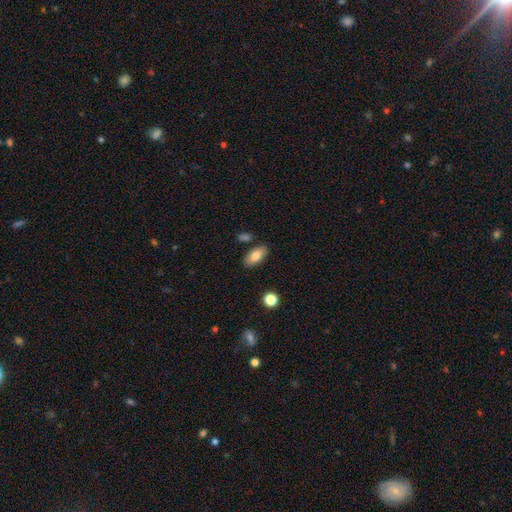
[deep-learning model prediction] Overall: smooth (80%). How rounded: in between (91%). Merging: none (83%).